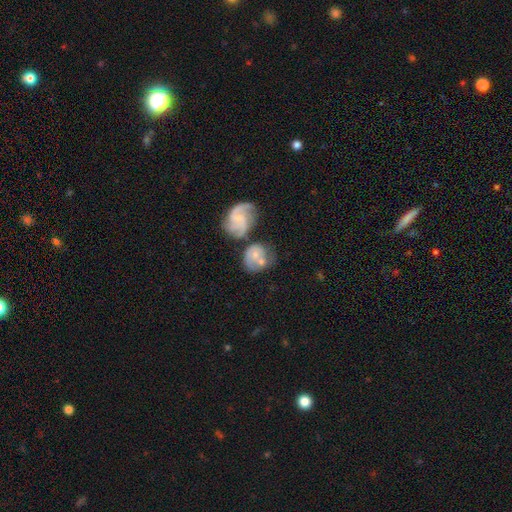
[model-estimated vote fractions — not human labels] A featured or disk galaxy (58%) with no bar (69%), spiral arms (80%) and a small central bulge (59%). Merging: merger (39%).